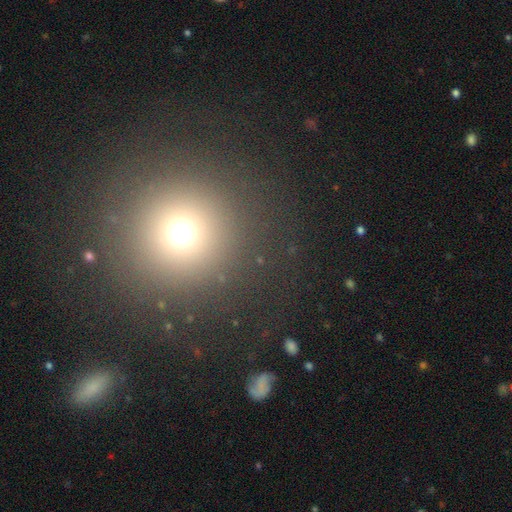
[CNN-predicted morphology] smooth-or-featured: smooth: 67% | star or artifact: 23% | featured or disk: 9%
  how-rounded: round: 96% | in between: 3% | cigar-shaped: 1%
  merging: none: 88% | minor disturbance: 6% | major disturbance: 4% | merger: 2%